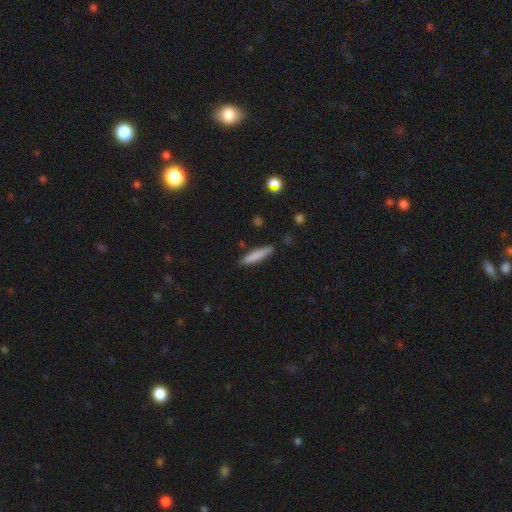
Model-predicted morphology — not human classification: A smooth galaxy with no disk features (81%) that is cigar-shaped (86%).

Vote fractions:
- Smooth or featured? smooth: 81% / featured or disk: 12% / star or artifact: 7%
- How rounded? cigar-shaped: 86% / in between: 13% / round: 1%
- Merging? none: 83% / minor disturbance: 12% / major disturbance: 2% / merger: 2%